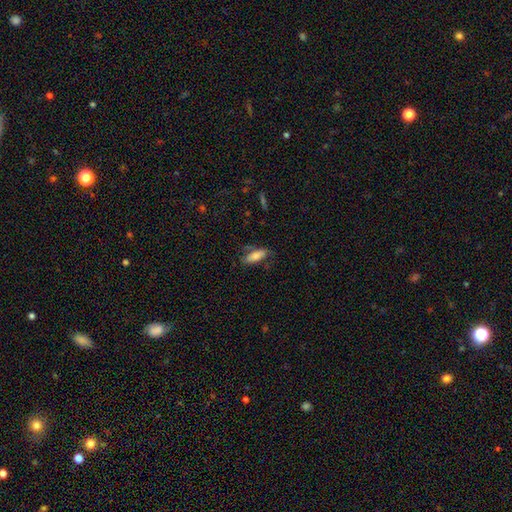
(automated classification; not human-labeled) smooth_or_featured: smooth (p=0.69) [alt: featured or disk p=0.24]
how_rounded: in between (p=0.66) [alt: cigar-shaped p=0.31]
merging: none (p=0.67) [alt: minor disturbance p=0.23]